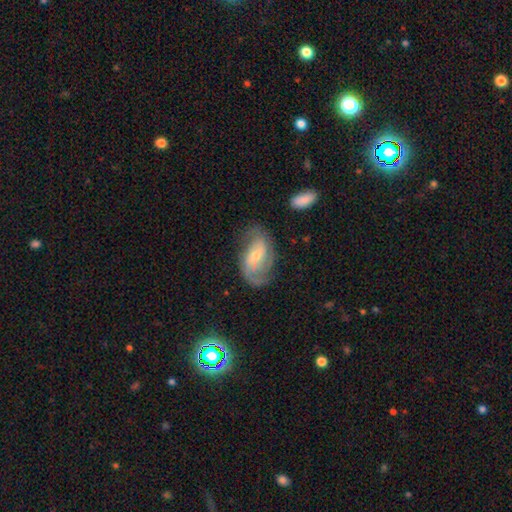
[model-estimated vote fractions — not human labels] The model was most divided on "bar": no: 45%, weak: 41%, strong: 14%. Remaining: edge-on disk — no (97%); spiral arms — yes (94%); smooth or featured — featured or disk (81%); spiral arm count — 2 (71%); merging — none (66%); bulge size — small (54%); spiral winding — medium (47%).